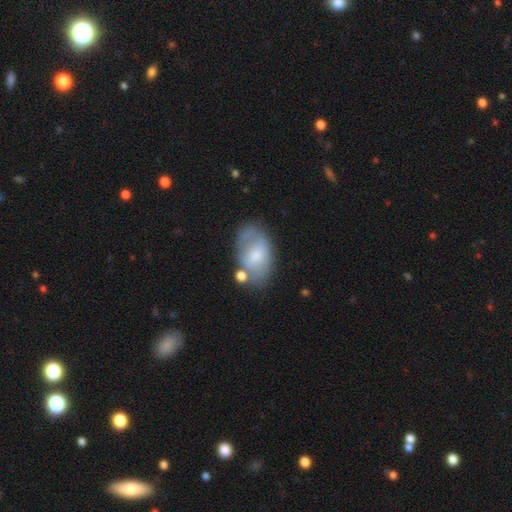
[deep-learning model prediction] Smooth or featured? smooth (57%)
How rounded? in between (92%)
Merging? none (56%)